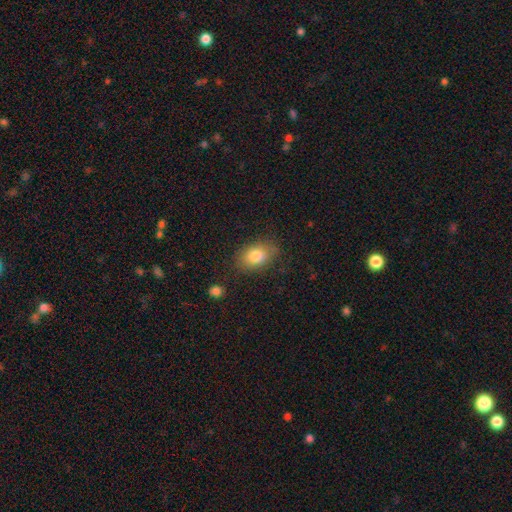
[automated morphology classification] Smooth or featured? smooth (83%)
How rounded? in between (81%)
Merging? none (78%)